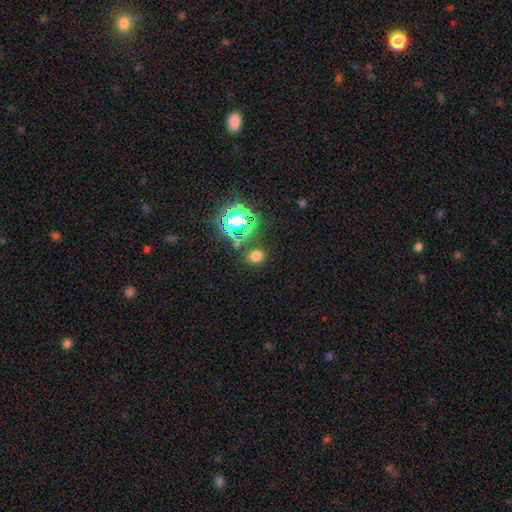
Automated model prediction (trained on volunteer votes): Overall: smooth (67%; star or artifact 27%). How rounded: round (68%; in between 31%). Merging: none (82%).